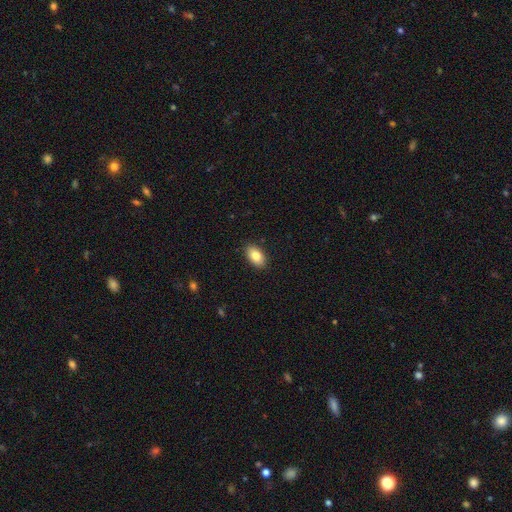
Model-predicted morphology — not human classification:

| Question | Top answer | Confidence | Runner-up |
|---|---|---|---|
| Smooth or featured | smooth | 83% | featured or disk (10%) |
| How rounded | in between | 93% | round (5%) |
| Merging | none | 89% | minor disturbance (8%) |